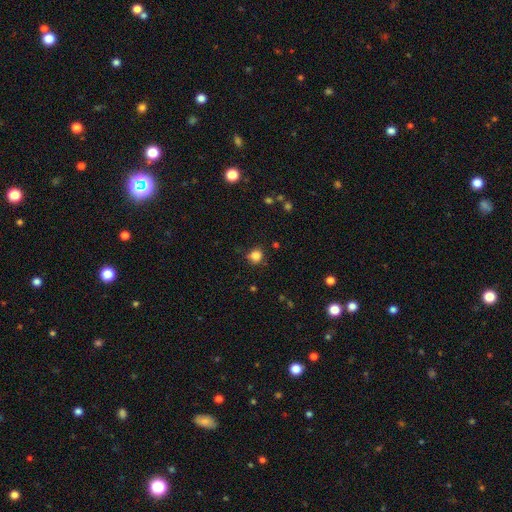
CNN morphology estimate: The model was most divided on "merging": none: 77%, minor disturbance: 16%, major disturbance: 4%, merger: 3%. More confident: smooth or featured — smooth (83%); how rounded — round (83%).